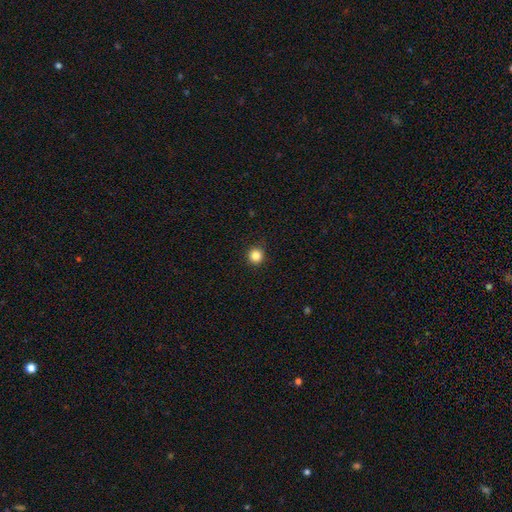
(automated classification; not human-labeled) smooth-or-featured: smooth: 84% | star or artifact: 11% | featured or disk: 4%
  how-rounded: round: 95% | in between: 4% | cigar-shaped: 1%
  merging: none: 93% | minor disturbance: 5% | major disturbance: 2% | merger: 1%